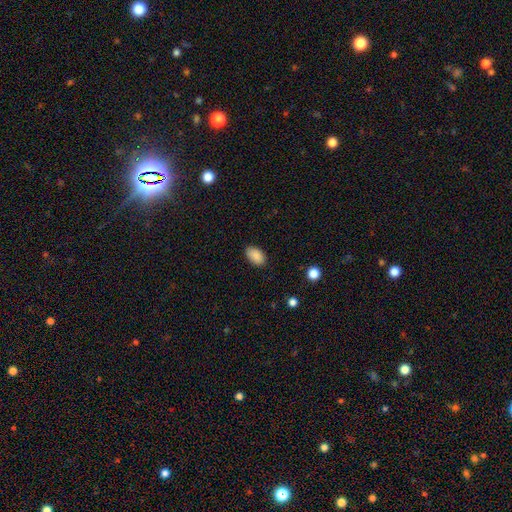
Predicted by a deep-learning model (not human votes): smooth-or-featured: smooth: 89% | star or artifact: 8% | featured or disk: 3%
  how-rounded: in between: 92% | round: 6% | cigar-shaped: 1%
  merging: none: 86% | minor disturbance: 11% | major disturbance: 2% | merger: 1%